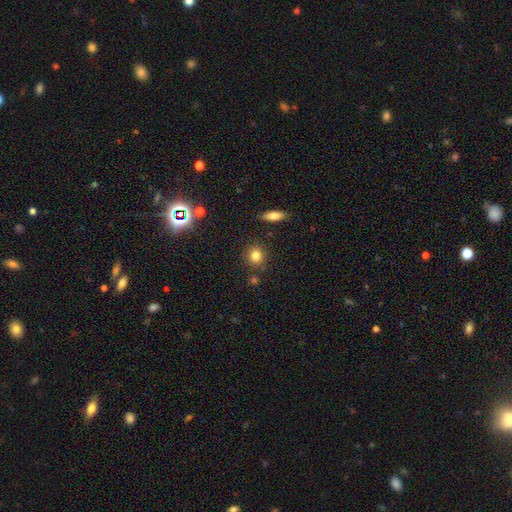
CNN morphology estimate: A smooth galaxy with no disk features (80%) that is round (83%).

Vote fractions:
- Smooth or featured? smooth: 80% / star or artifact: 13% / featured or disk: 7%
- How rounded? round: 83% / in between: 15% / cigar-shaped: 1%
- Merging? none: 85% / minor disturbance: 9% / merger: 4% / major disturbance: 3%